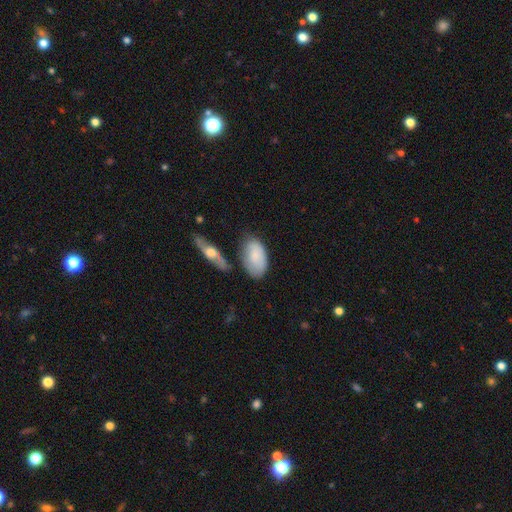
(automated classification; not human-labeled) smooth_or_featured: smooth (p=0.76) [alt: featured or disk p=0.18]
how_rounded: in between (p=0.93) [alt: round p=0.04]
merging: none (p=0.59) [alt: minor disturbance p=0.25]